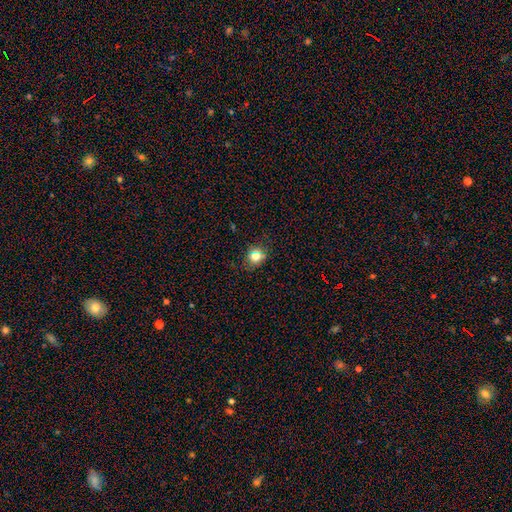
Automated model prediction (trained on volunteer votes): smooth-or-featured: smooth: 78% | star or artifact: 13% | featured or disk: 8%
  how-rounded: round: 72% | in between: 27% | cigar-shaped: 1%
  merging: none: 79% | minor disturbance: 16% | major disturbance: 4% | merger: 1%